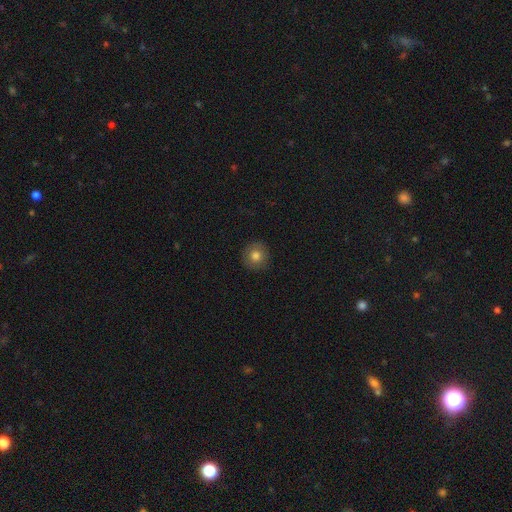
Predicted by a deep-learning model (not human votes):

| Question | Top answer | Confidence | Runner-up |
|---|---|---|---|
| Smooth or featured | smooth | 79% | star or artifact (11%) |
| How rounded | round | 94% | in between (5%) |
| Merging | none | 90% | minor disturbance (7%) |